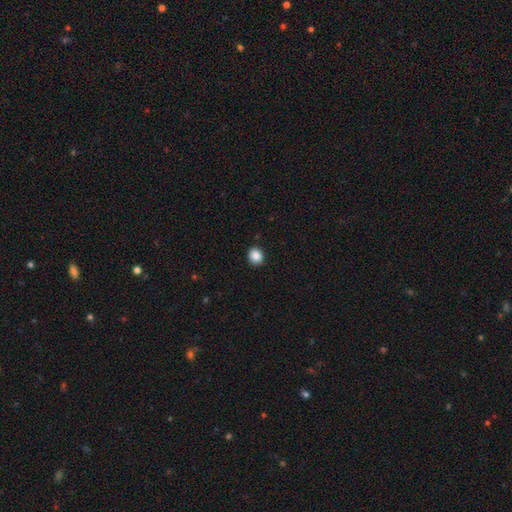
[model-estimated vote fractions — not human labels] Smooth or featured? smooth (88%)
How rounded? round (75%)
Merging? none (90%)